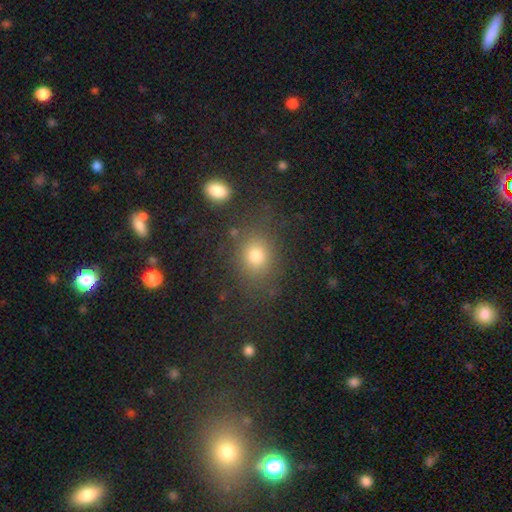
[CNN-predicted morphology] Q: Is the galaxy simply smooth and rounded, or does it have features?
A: smooth — 77%.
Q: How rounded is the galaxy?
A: round — 53%.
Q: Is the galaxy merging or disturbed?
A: none — 77%.